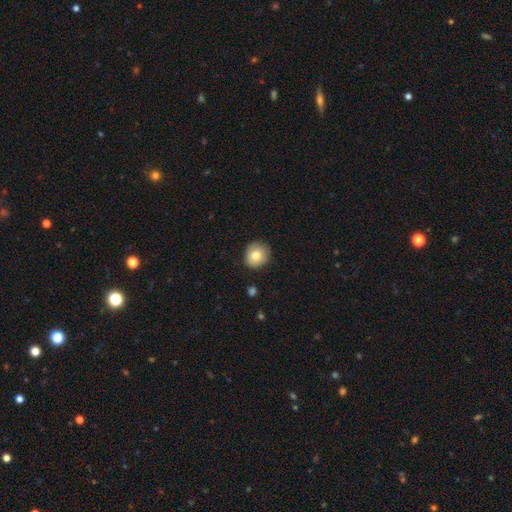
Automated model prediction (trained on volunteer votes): Smooth or featured? Predicted: smooth (p=0.81). How rounded? Predicted: round (p=0.84). Merging? Predicted: none (p=0.84).